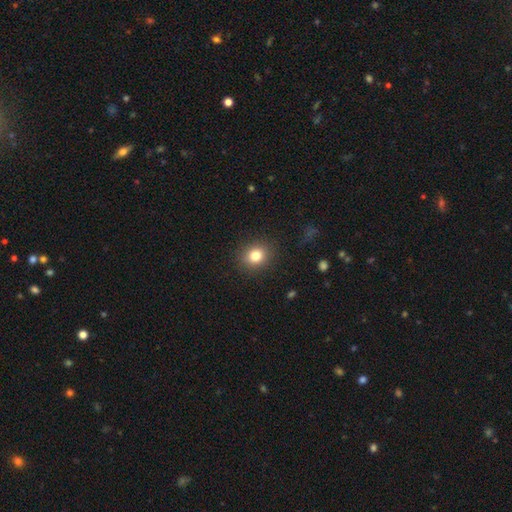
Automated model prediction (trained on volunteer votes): This appears to be a smooth galaxy with no disk features (82%) that is round (71%). Merging: none (89%).